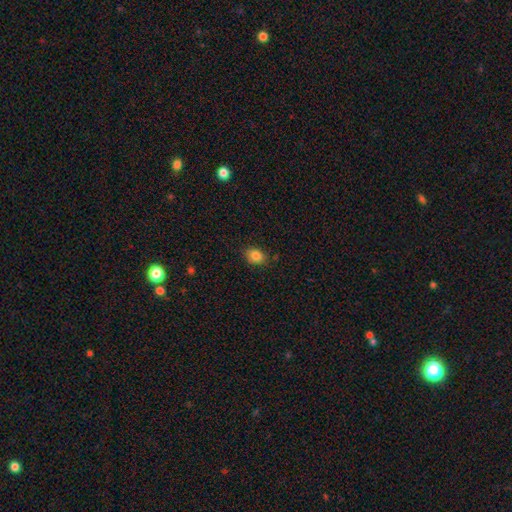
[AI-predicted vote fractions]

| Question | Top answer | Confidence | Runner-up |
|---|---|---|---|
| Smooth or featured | smooth | 84% | star or artifact (10%) |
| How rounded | in between | 60% | round (39%) |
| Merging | none | 83% | minor disturbance (13%) |